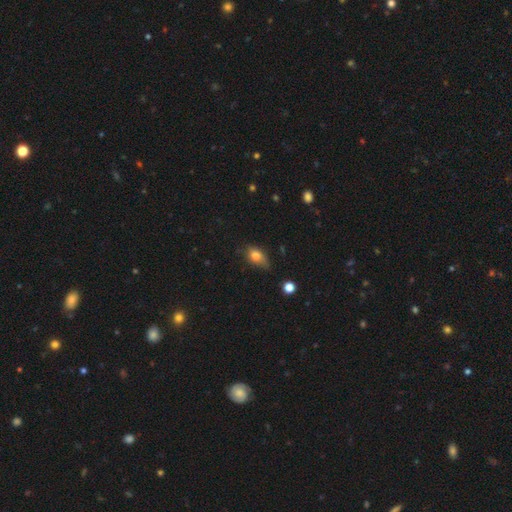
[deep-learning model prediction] smooth 76%, featured or disk 14%, star or artifact 10%. Down the decision tree: how rounded — in between (80%); merging — none (57%).